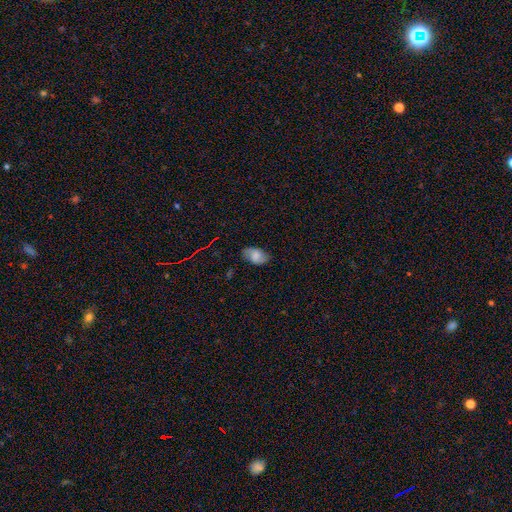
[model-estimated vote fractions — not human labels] Q: Smooth or featured?
A: smooth (61%); runner-up: featured or disk (29%)
Q: How rounded?
A: in between (90%); runner-up: round (8%)
Q: Merging?
A: none (77%); runner-up: minor disturbance (18%)